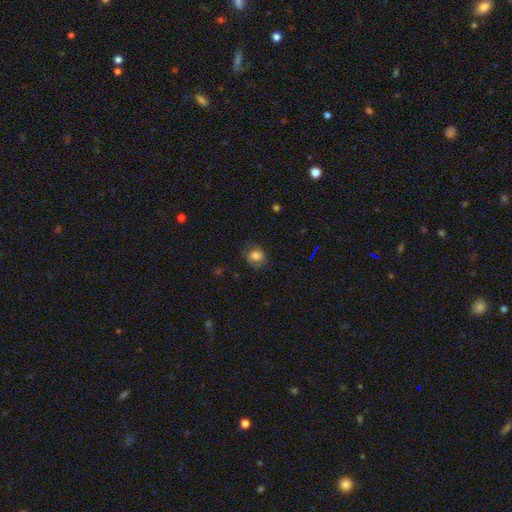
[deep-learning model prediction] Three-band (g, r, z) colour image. It shows a smooth galaxy with no disk features (75%) that is round (68%). Merging: none (70%).